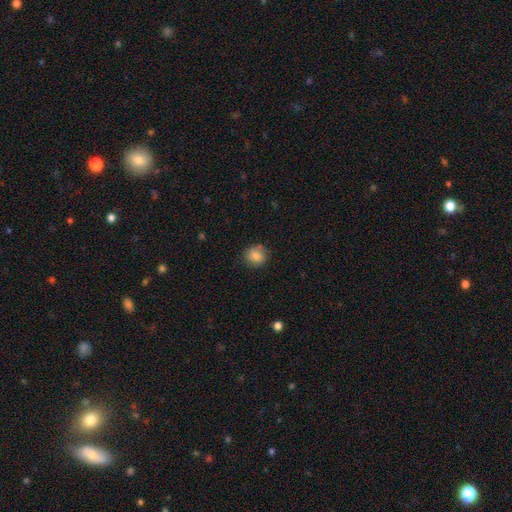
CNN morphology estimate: smooth 85%, star or artifact 9%, featured or disk 6%. Down the decision tree: how rounded — round (81%); merging — none (81%).